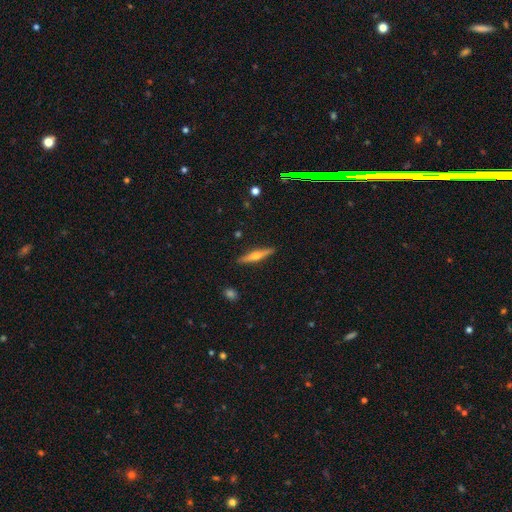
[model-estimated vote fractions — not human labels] Smooth or featured? featured or disk (61%)
Edge-on disk? yes (96%)
Edge-on bulge? rounded (90%)
Merging? none (90%)